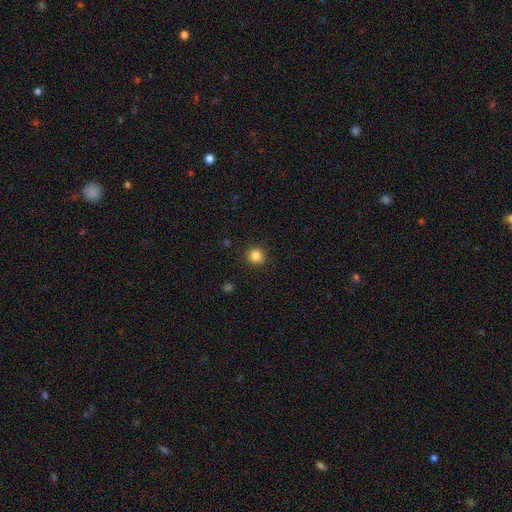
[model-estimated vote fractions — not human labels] A smooth galaxy with no disk features (84%) that is round (93%). Merging: none (90%).